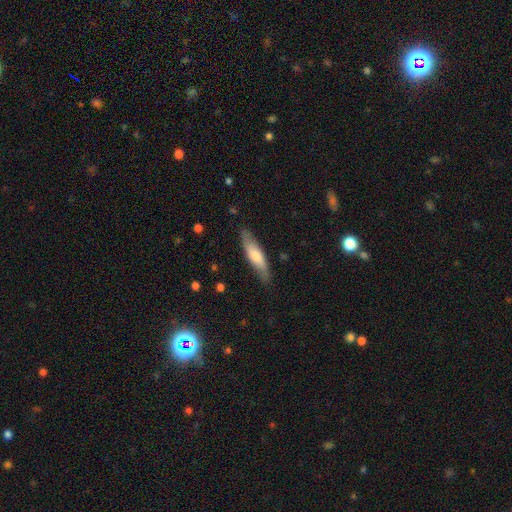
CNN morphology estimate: Smooth or featured?
  - smooth: 65% *
  - featured or disk: 30%
  - star or artifact: 5%
How rounded?
  - cigar-shaped: 72% *
  - in between: 27%
  - round: 2%
Merging?
  - none: 83% *
  - minor disturbance: 13%
  - major disturbance: 3%
  - merger: 1%